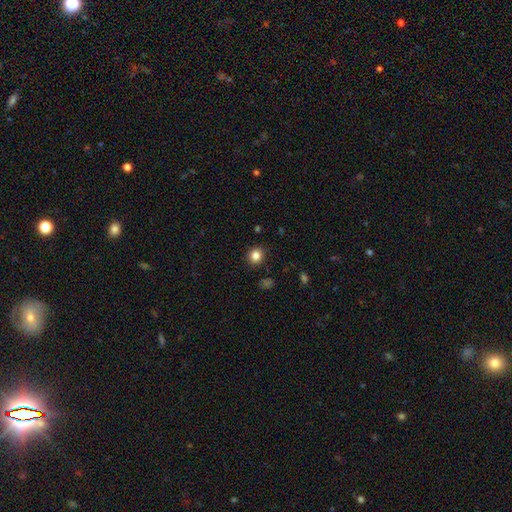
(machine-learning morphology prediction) The model was most divided on "how rounded": round: 82%, in between: 17%, cigar-shaped: 1%. More confident: merging — none (89%); smooth or featured — smooth (83%).